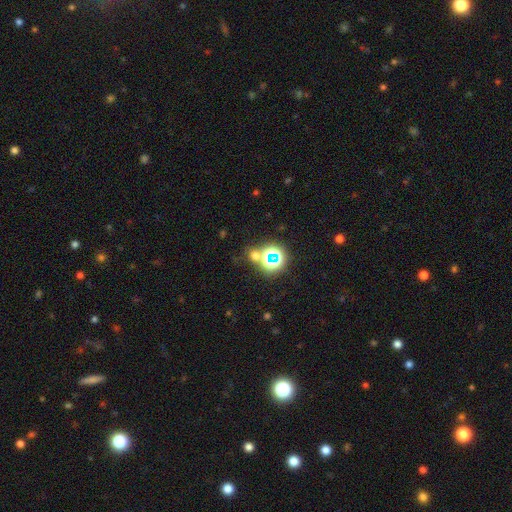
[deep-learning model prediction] This appears to be a star or artifact, not a galaxy (50%).